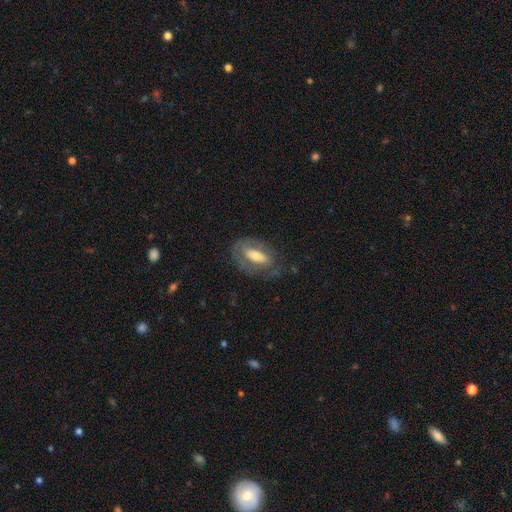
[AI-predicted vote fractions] The model was most divided on "smooth or featured": smooth: 47%, featured or disk: 46%, star or artifact: 7%. More confident: merging — none (63%).